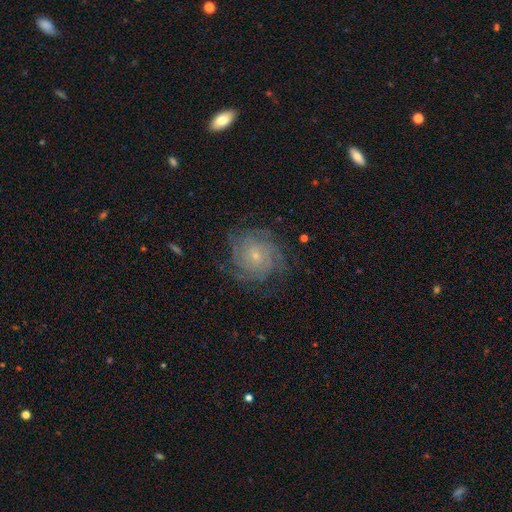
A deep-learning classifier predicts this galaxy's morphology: smooth-or-featured: featured or disk: 75% | smooth: 15% | star or artifact: 9%
  disk-edge-on: no: 97% | yes: 3%
    bar: no: 79% | weak: 18% | strong: 3%
    has-spiral-arms: yes: 93% | no: 7%
      spiral-winding: tight: 69% | medium: 24% | loose: 7%
      spiral-arm-count: can't tell: 41% | 4: 18% | 3: 13% | more than 4: 12% | 2: 11% | 1: 6%
    bulge-size: small: 80% | moderate: 15% | none: 2% | large: 1% | dominant: 1%
  merging: none: 75% | minor disturbance: 15% | major disturbance: 9% | merger: 1%